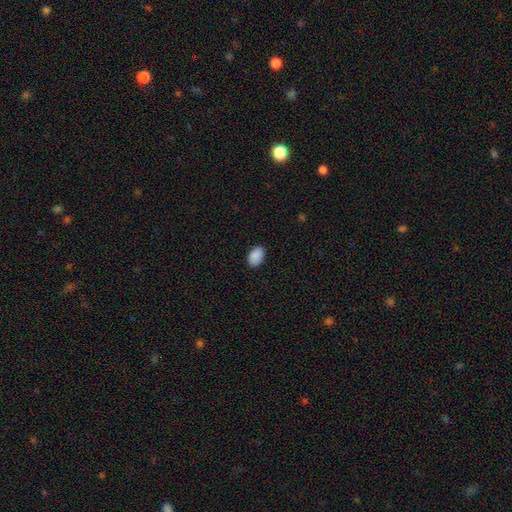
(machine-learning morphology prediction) smooth_or_featured: smooth (p=0.90) [alt: star or artifact p=0.07]
how_rounded: in between (p=0.89) [alt: round p=0.10]
merging: none (p=0.87) [alt: minor disturbance p=0.10]